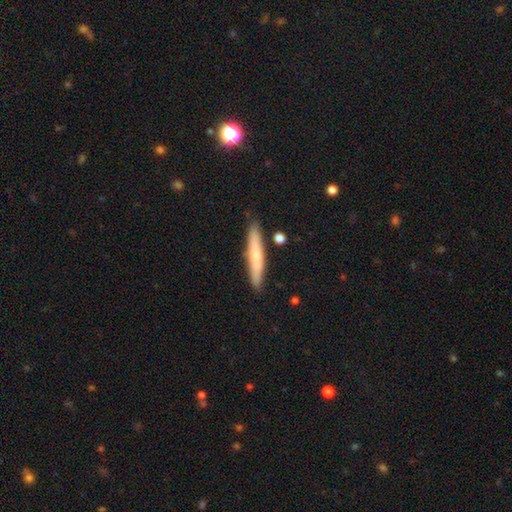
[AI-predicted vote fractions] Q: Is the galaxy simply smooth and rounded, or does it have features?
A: smooth — 65%.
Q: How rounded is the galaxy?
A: cigar-shaped — 94%.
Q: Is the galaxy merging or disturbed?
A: none — 87%.